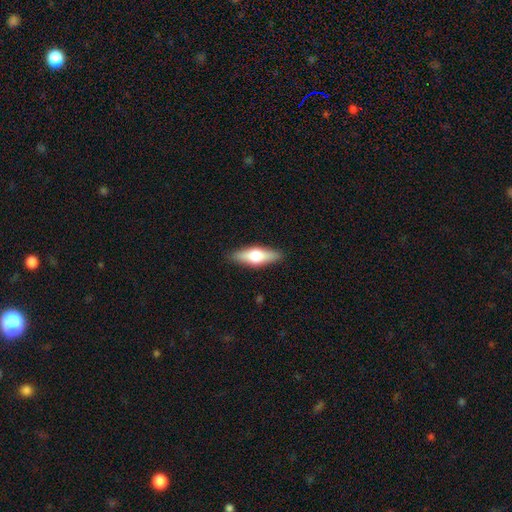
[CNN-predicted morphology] type=smooth (54%); roundness=in between (53%); merging=none (88%).